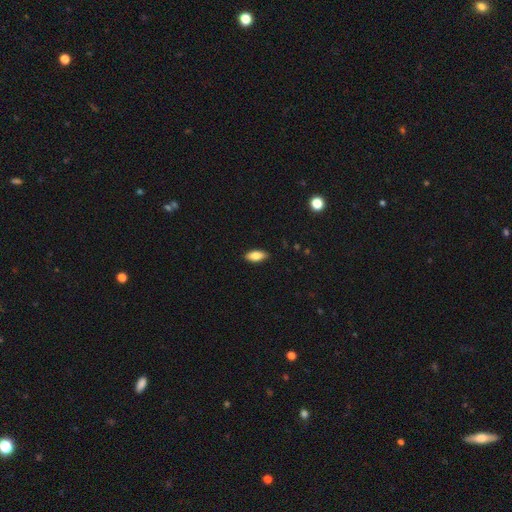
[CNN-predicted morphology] Smooth or featured? Predicted: smooth (p=0.84). How rounded? Predicted: in between (p=0.85). Merging? Predicted: none (p=0.88).